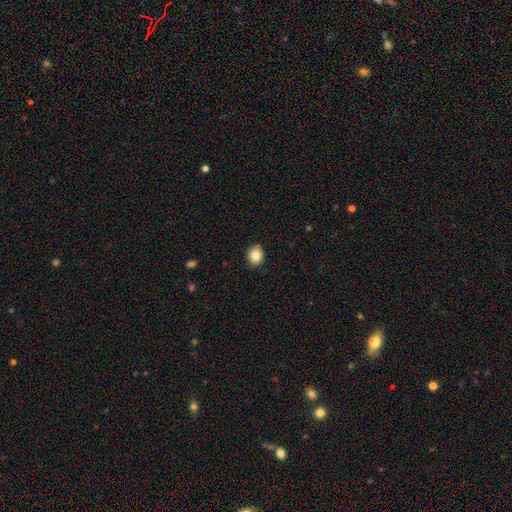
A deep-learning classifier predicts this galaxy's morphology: Smooth or featured: smooth — 83% (star or artifact — 9%)
How rounded: round — 65% (in between — 34%)
Merging: none — 85% (minor disturbance — 12%)